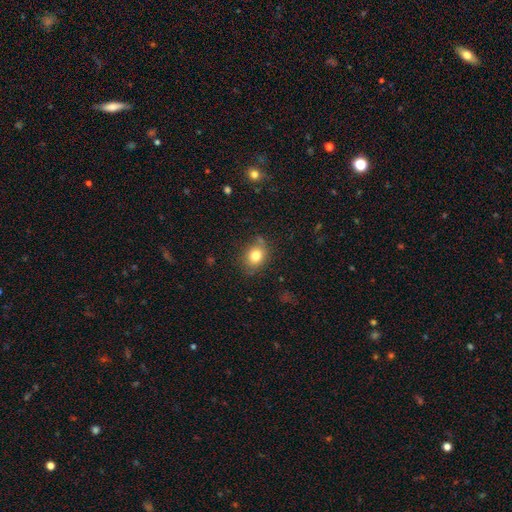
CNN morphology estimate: A smooth galaxy with no disk features (79%) that is round (53%). Merging: none (73%).